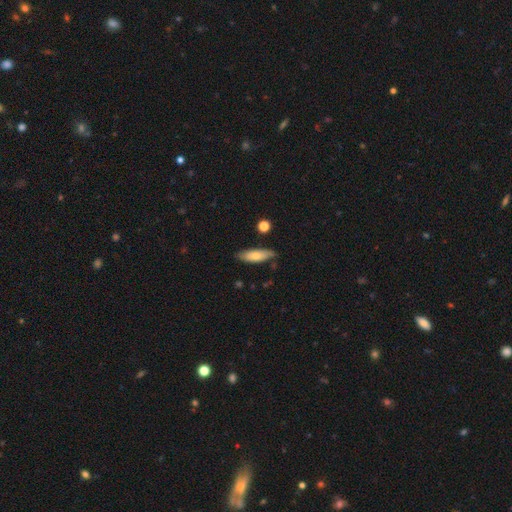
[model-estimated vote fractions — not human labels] A smooth galaxy with no disk features (70%) that is in between round and cigar-shaped (49%, tied with cigar-shaped). Merging: none (79%).